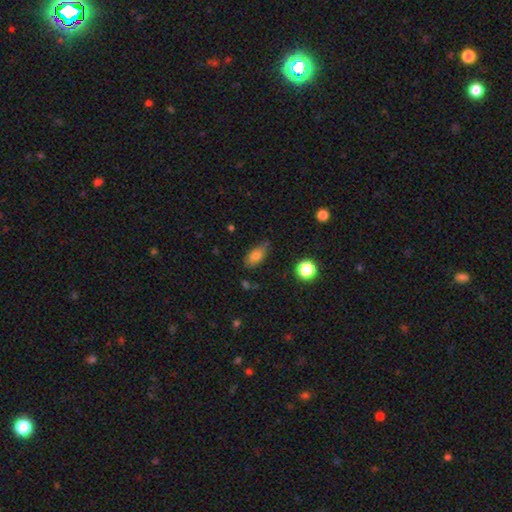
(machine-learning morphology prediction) smooth-or-featured: smooth: 79% | featured or disk: 12% | star or artifact: 9%
  how-rounded: in between: 85% | cigar-shaped: 9% | round: 6%
  merging: none: 64% | minor disturbance: 28% | major disturbance: 6% | merger: 3%